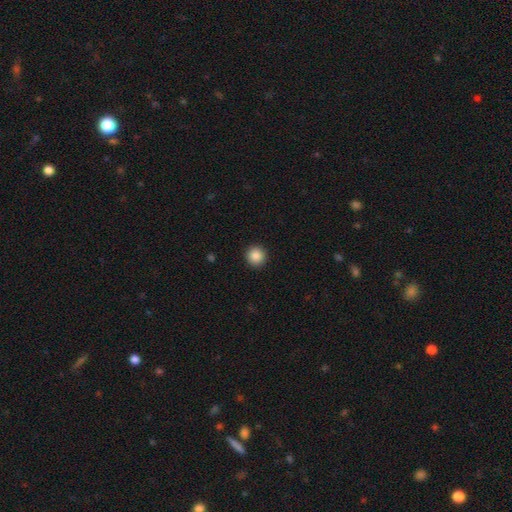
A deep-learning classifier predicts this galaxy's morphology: smooth 88%, star or artifact 9%, featured or disk 3%. Down the decision tree: how rounded — round (95%); merging — none (93%).